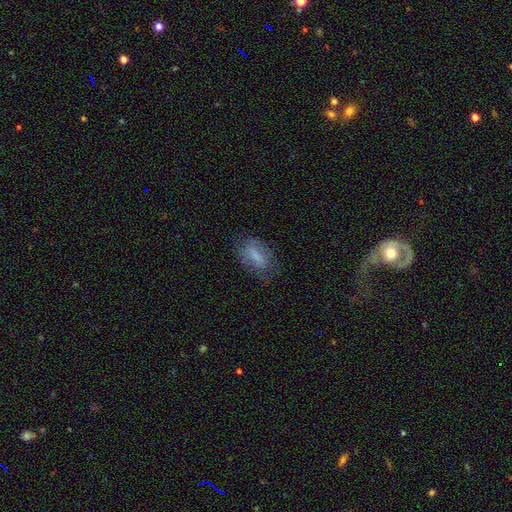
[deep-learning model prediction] Smooth or featured?
  - smooth: 65% *
  - featured or disk: 26%
  - star or artifact: 9%
How rounded?
  - in between: 86% *
  - round: 8%
  - cigar-shaped: 6%
Merging?
  - none: 63% *
  - minor disturbance: 23%
  - major disturbance: 13%
  - merger: 1%